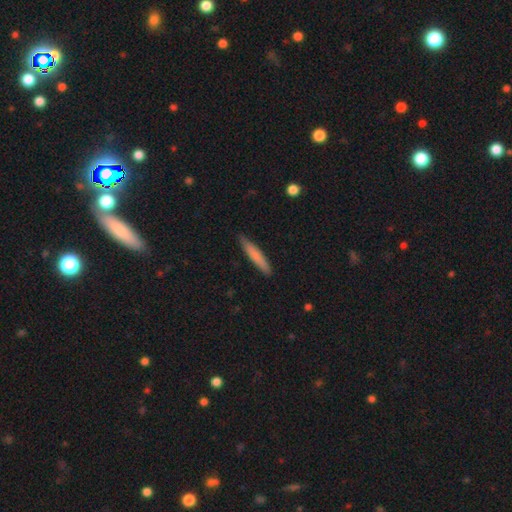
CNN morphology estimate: smooth-or-featured: smooth: 76% | featured or disk: 18% | star or artifact: 6%
  how-rounded: cigar-shaped: 93% | in between: 6% | round: 1%
  merging: none: 86% | minor disturbance: 11% | major disturbance: 2% | merger: 1%